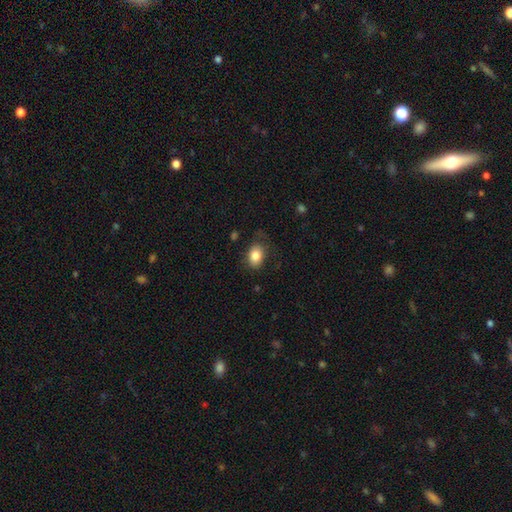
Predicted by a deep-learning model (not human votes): Smooth or featured?
  - smooth: 84% *
  - star or artifact: 8%
  - featured or disk: 7%
How rounded?
  - in between: 75% *
  - round: 24%
  - cigar-shaped: 1%
Merging?
  - none: 76% *
  - minor disturbance: 18%
  - major disturbance: 5%
  - merger: 1%